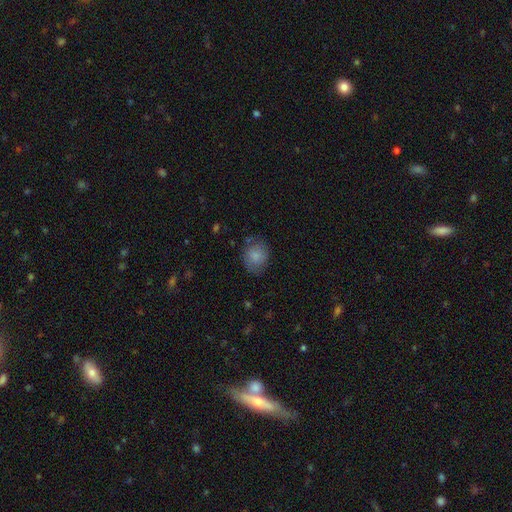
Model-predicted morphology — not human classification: Smooth or featured?
  - smooth: 79% *
  - featured or disk: 13%
  - star or artifact: 8%
How rounded?
  - round: 68% *
  - in between: 31%
  - cigar-shaped: 1%
Merging?
  - none: 71% *
  - minor disturbance: 21%
  - major disturbance: 6%
  - merger: 2%